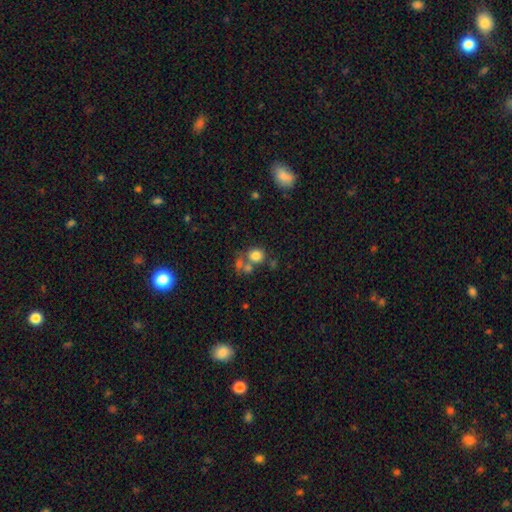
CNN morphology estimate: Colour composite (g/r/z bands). It shows a smooth galaxy with no disk features (78%) that is round (84%). Merging: none (55%).